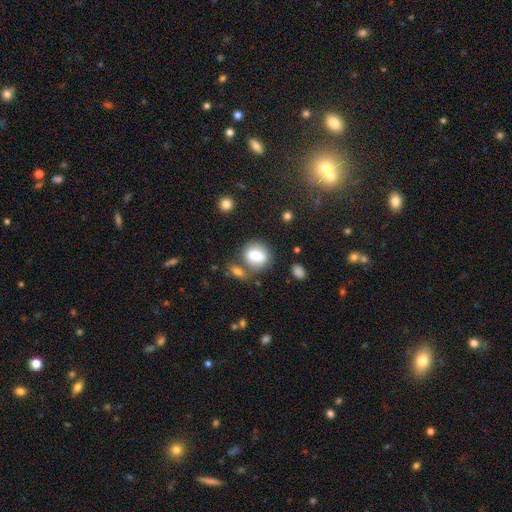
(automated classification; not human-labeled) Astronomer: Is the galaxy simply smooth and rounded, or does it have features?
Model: smooth — 83%.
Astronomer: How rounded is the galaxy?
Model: round — 51% (runner-up: in between, 47%).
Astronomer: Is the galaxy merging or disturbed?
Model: none — 59%.